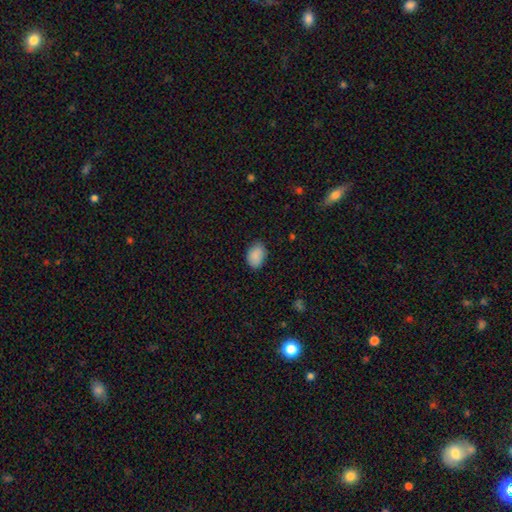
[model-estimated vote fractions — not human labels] Smooth or featured? smooth (89%)
How rounded? in between (83%)
Merging? none (81%)